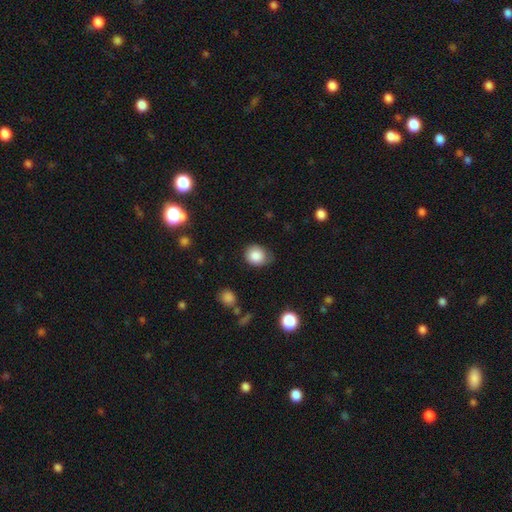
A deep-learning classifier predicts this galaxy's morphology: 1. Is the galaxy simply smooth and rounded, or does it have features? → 85% smooth, 9% star or artifact, 6% featured or disk.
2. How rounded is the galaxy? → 67% round, 32% in between, 1% cigar-shaped.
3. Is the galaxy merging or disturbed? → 63% none, 29% minor disturbance, 6% major disturbance, 2% merger.